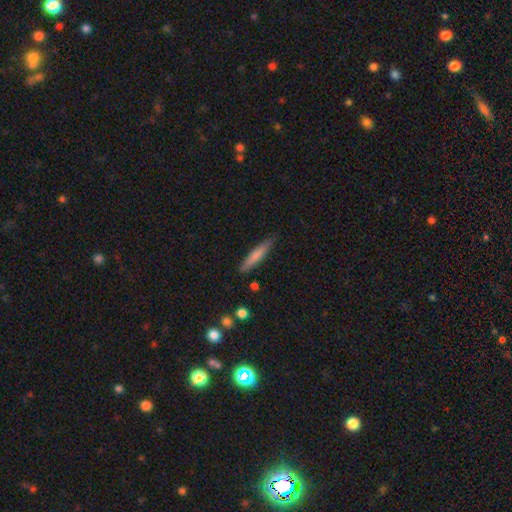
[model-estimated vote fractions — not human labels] Overall: smooth (74%). How rounded: cigar-shaped (89%). Merging: none (81%).